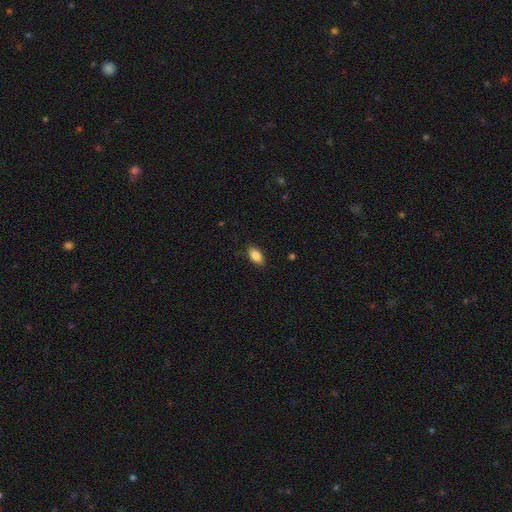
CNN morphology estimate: This appears to be a smooth galaxy with no disk features (86%) that is in between round and cigar-shaped (91%). Merging: none (86%).